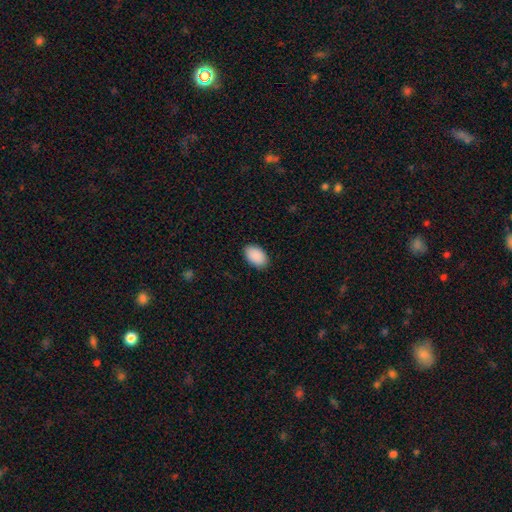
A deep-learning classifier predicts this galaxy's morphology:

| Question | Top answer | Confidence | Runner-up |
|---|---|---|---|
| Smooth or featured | smooth | 92% | star or artifact (6%) |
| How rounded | in between | 92% | round (7%) |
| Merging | none | 89% | minor disturbance (9%) |